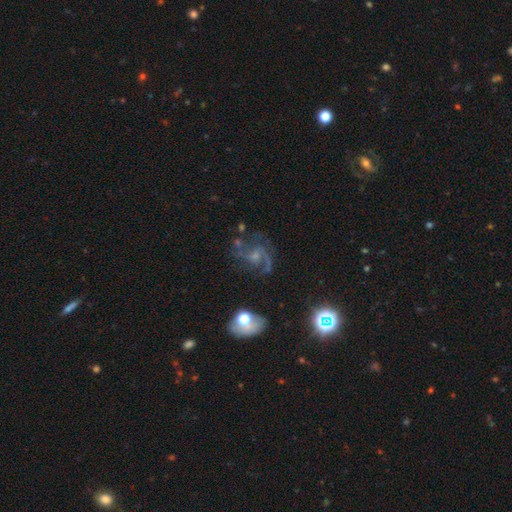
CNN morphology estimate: smooth-or-featured: featured or disk: 76% | star or artifact: 14% | smooth: 10%
  disk-edge-on: no: 98% | yes: 2%
    bar: no: 55% | weak: 37% | strong: 8%
    has-spiral-arms: yes: 93% | no: 7%
      spiral-winding: medium: 52% | loose: 32% | tight: 16%
      spiral-arm-count: 2: 60% | 3: 15% | can't tell: 12% | 1: 6% | 4: 4% | more than 4: 3%
    bulge-size: small: 52% | moderate: 30% | none: 14% | large: 3% | dominant: 1%
  merging: none: 59% | minor disturbance: 18% | major disturbance: 17% | merger: 5%